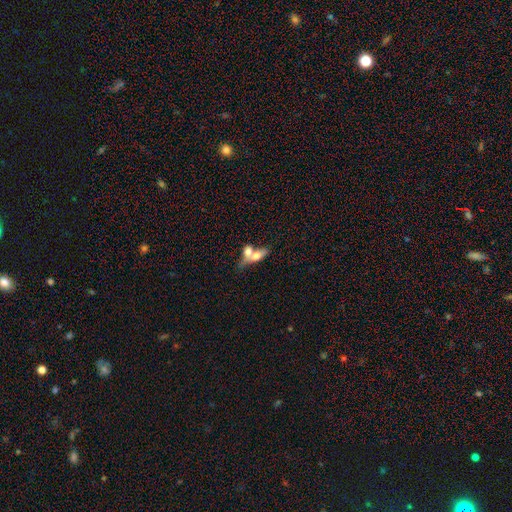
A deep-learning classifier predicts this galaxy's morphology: Q: Smooth or featured?
A: smooth (62%); runner-up: featured or disk (30%)
Q: How rounded?
A: in between (67%); runner-up: cigar-shaped (24%)
Q: Merging?
A: merger (69%); runner-up: none (18%)